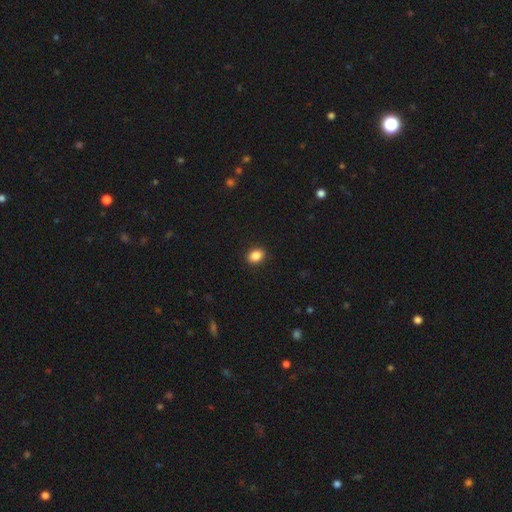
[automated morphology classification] Smooth or featured? smooth (87%)
How rounded? in between (62%)
Merging? none (91%)